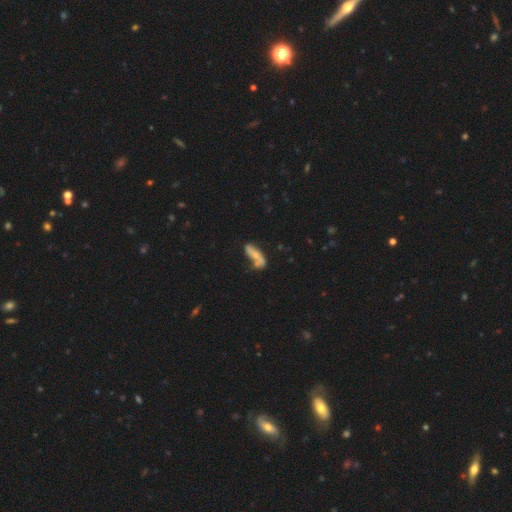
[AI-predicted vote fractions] This appears to be a smooth galaxy with no disk features (49%). Merging: none (37%).